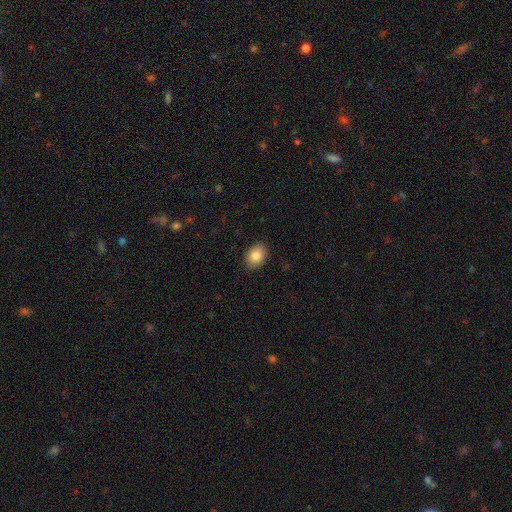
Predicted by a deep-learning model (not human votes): The model was most divided on "how rounded": in between: 77%, round: 22%, cigar-shaped: 1%. More confident: merging — none (88%); smooth or featured — smooth (86%).